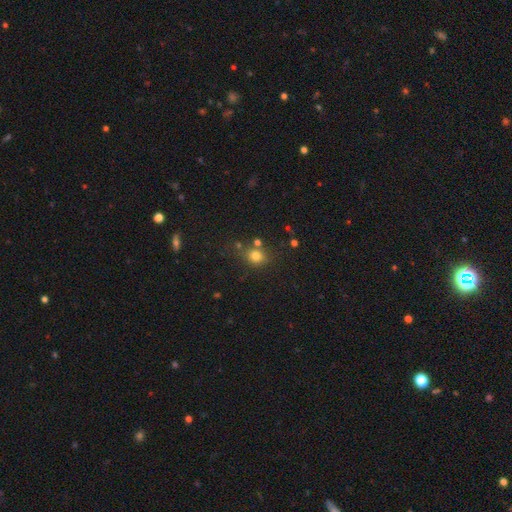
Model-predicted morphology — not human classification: Smooth or featured: smooth — 77% (star or artifact — 15%)
How rounded: round — 71% (in between — 28%)
Merging: none — 69% (minor disturbance — 14%)